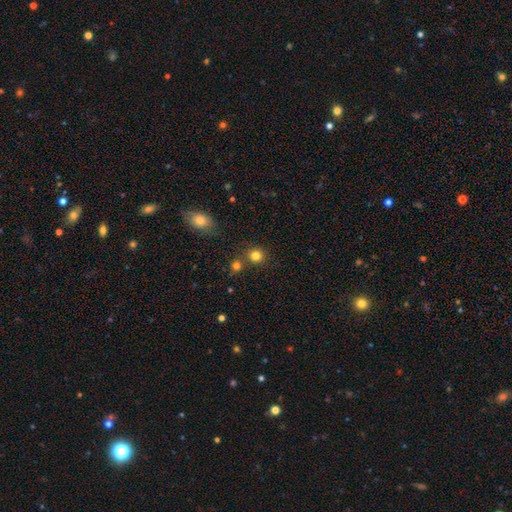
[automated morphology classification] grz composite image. It shows a smooth galaxy with no disk features (80%) that is round (89%). Merging: none (75%).